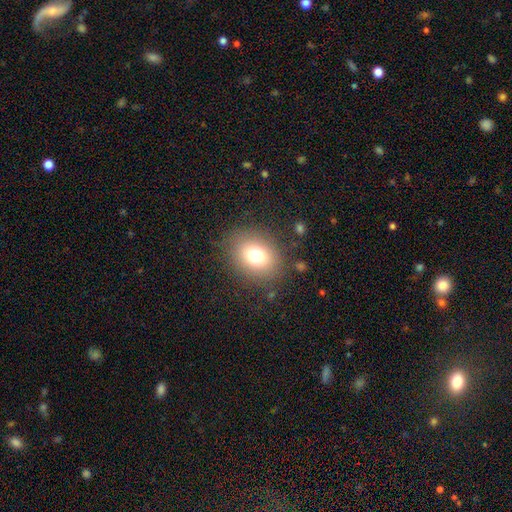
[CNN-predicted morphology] Smooth or featured: smooth — 73% (star or artifact — 15%)
How rounded: round — 59% (in between — 40%)
Merging: none — 82% (minor disturbance — 10%)